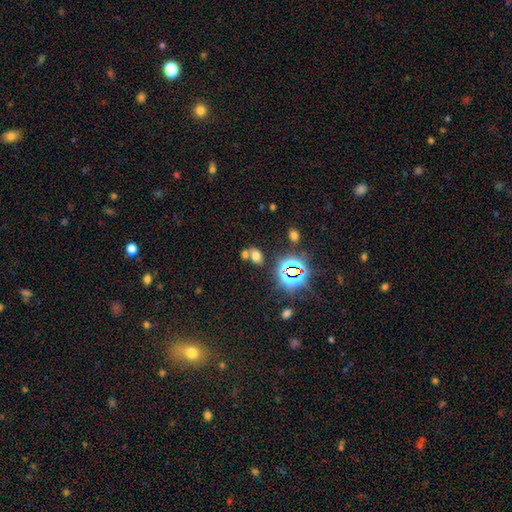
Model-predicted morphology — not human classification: This is possibly a smooth galaxy (57%). How rounded: likely in between (76%). Merging: possibly none (49%).